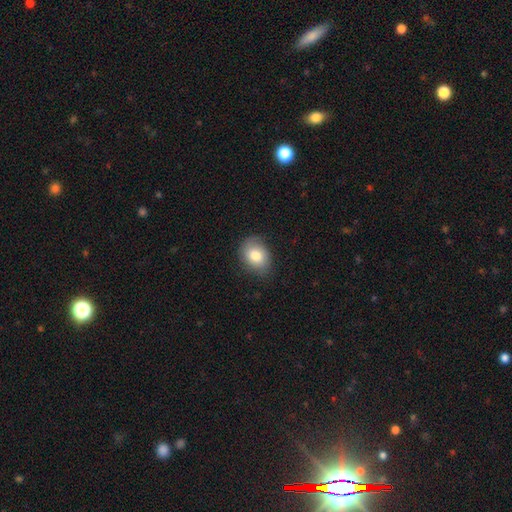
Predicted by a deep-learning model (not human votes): smooth 81%, featured or disk 12%, star or artifact 8%. Down the decision tree: how rounded — in between (63%); merging — none (74%).